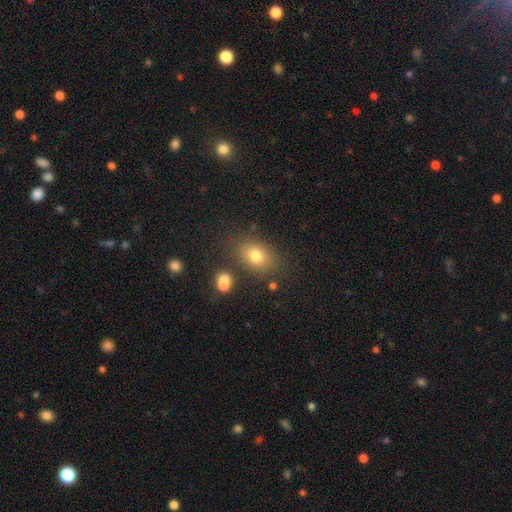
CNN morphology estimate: type=smooth (76%); roundness=in between (72%); merging=none (77%).